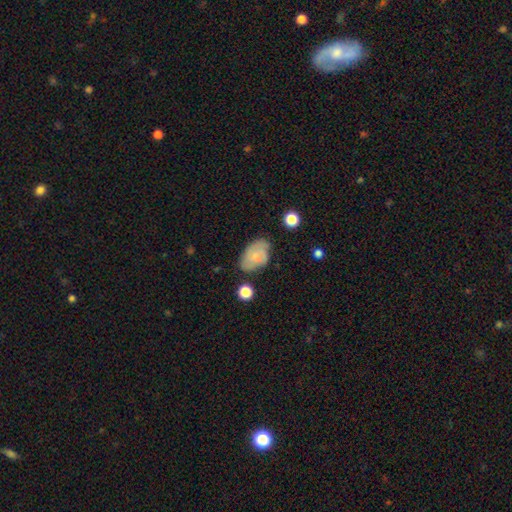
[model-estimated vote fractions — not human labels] Smooth or featured? Predicted: smooth (p=0.53). How rounded? Predicted: in between (p=0.87). Merging? Predicted: none (p=0.59).